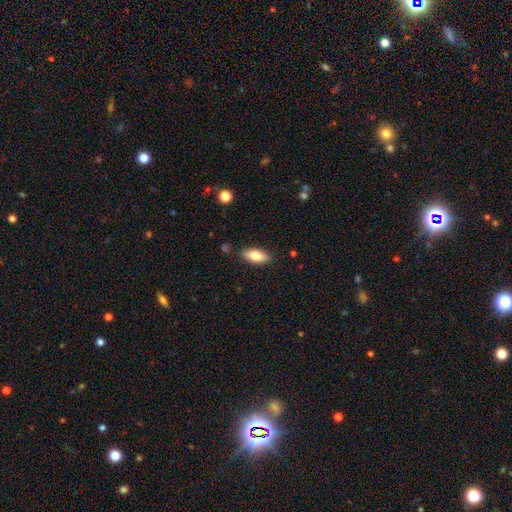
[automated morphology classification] This is likely a smooth galaxy (74%). How rounded: likely in between (77%). Merging: clearly none (86%).